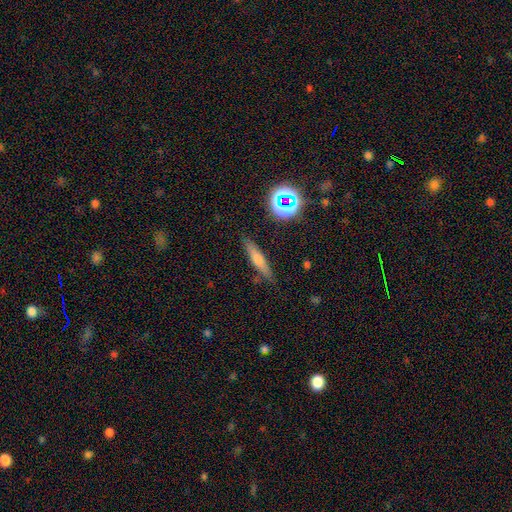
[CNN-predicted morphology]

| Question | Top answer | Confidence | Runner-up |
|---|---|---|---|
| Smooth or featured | featured or disk | 49% | smooth (35%) |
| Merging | none | 87% | minor disturbance (9%) |